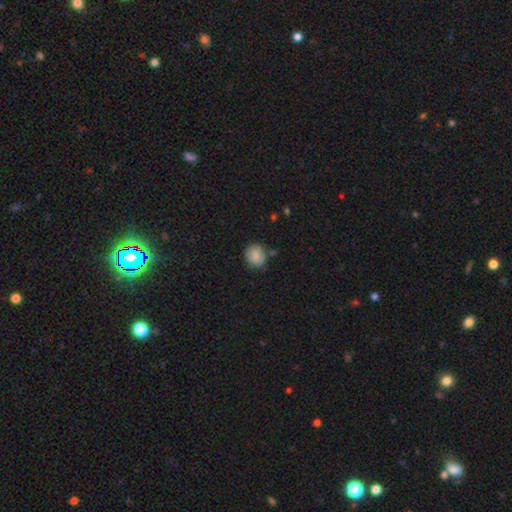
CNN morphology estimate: smooth_or_featured: smooth (p=0.87) [alt: star or artifact p=0.08]
how_rounded: round (p=0.79) [alt: in between p=0.20]
merging: none (p=0.76) [alt: minor disturbance p=0.15]